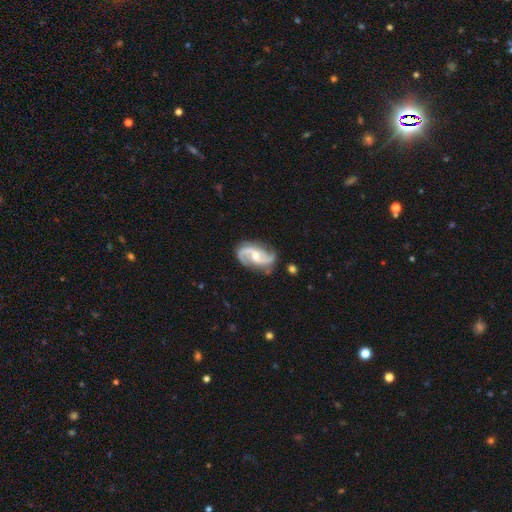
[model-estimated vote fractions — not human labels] smooth-or-featured: featured or disk: 91% | smooth: 5% | star or artifact: 4%
  disk-edge-on: no: 98% | yes: 2%
    bar: weak: 48% | no: 35% | strong: 17%
    has-spiral-arms: yes: 98% | no: 2%
      spiral-winding: medium: 51% | loose: 34% | tight: 15%
      spiral-arm-count: 2: 86% | 3: 6% | can't tell: 3% | 1: 2% | 4: 2% | more than 4: 1%
    bulge-size: moderate: 56% | small: 37% | large: 3% | none: 3% | dominant: 1%
  merging: none: 72% | minor disturbance: 19% | major disturbance: 7% | merger: 2%